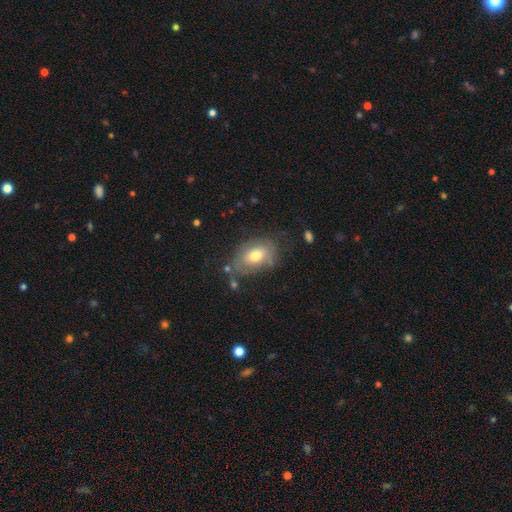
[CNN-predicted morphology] Overall: smooth (63%; featured or disk 29%). How rounded: in between (86%). Merging: none (56%; minor disturbance 26%).